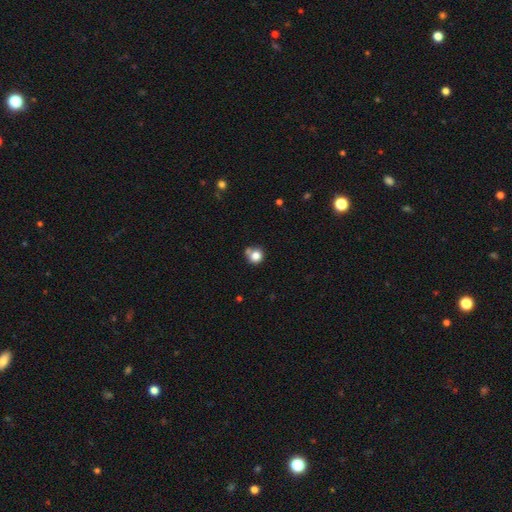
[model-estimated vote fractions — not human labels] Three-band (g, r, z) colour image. It shows a smooth galaxy with no disk features (81%) that is round (88%). Merging: none (60%).